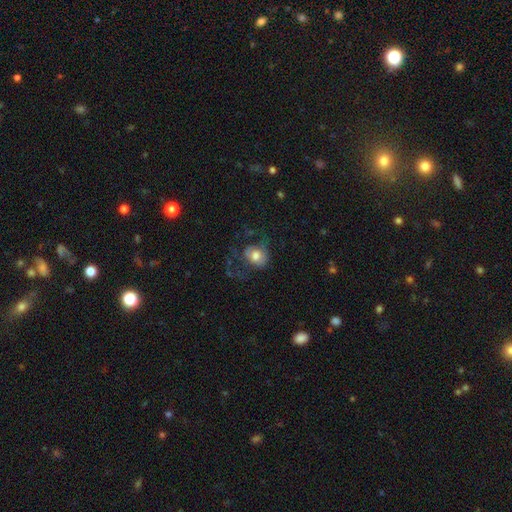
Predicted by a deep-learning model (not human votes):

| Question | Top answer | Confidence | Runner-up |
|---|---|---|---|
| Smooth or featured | smooth | 59% | featured or disk (32%) |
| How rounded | round | 60% | in between (39%) |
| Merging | major disturbance | 42% | none (35%) |